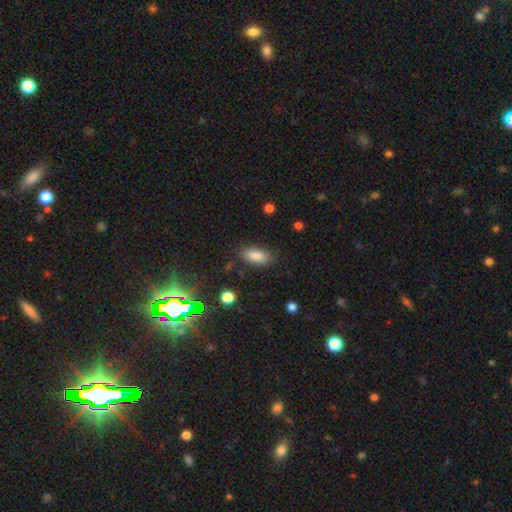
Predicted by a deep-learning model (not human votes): A smooth galaxy with no disk features (83%) that is in between round and cigar-shaped (86%). Merging: none (83%).